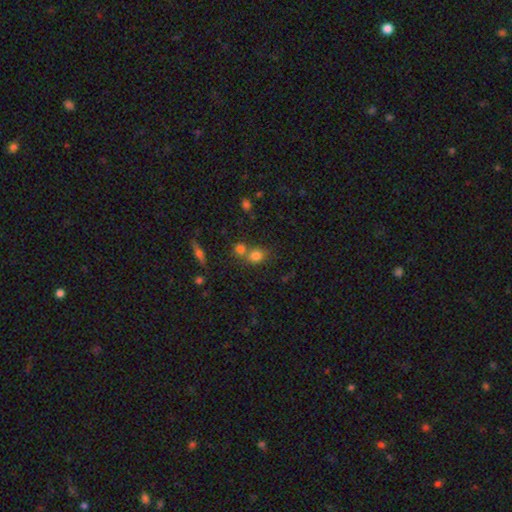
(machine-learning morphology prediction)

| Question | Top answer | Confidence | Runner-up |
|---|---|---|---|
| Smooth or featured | smooth | 77% | star or artifact (13%) |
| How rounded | round | 62% | in between (36%) |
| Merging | none | 51% | merger (37%) |